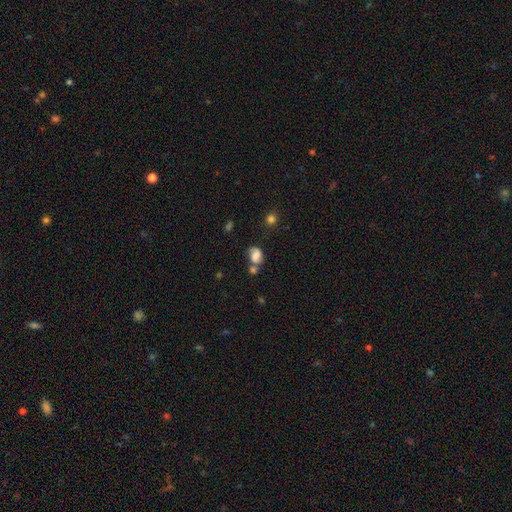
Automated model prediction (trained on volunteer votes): Morphology: type=smooth (66%); roundness=in between (64%); merging=none (37%).